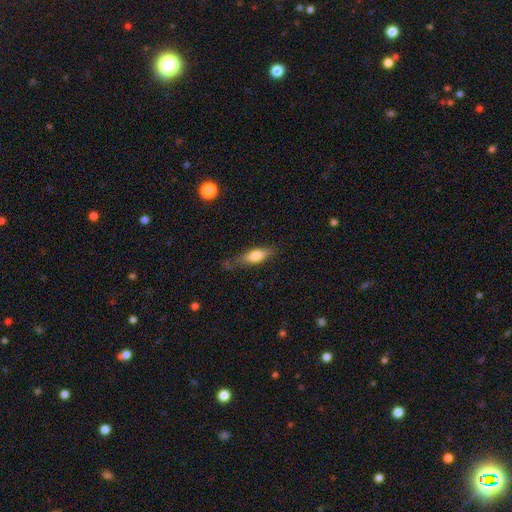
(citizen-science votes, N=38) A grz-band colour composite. It shows a smooth galaxy with no disk features (74%) that is in between round and cigar-shaped (82%). Merging: none (66%).